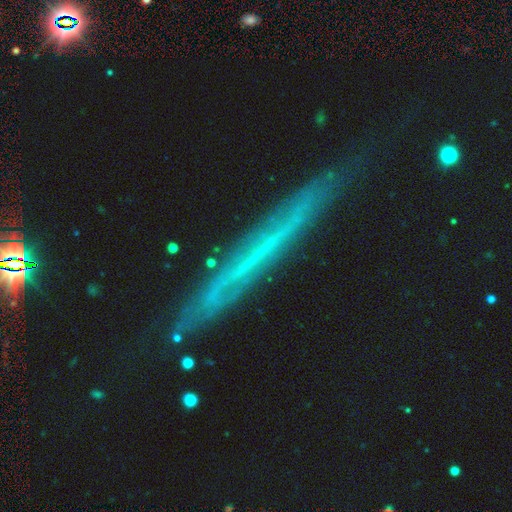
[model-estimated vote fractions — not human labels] smooth-or-featured: featured or disk: 47% | smooth: 29% | star or artifact: 24%
  merging: none: 84% | minor disturbance: 12% | major disturbance: 3% | merger: 2%